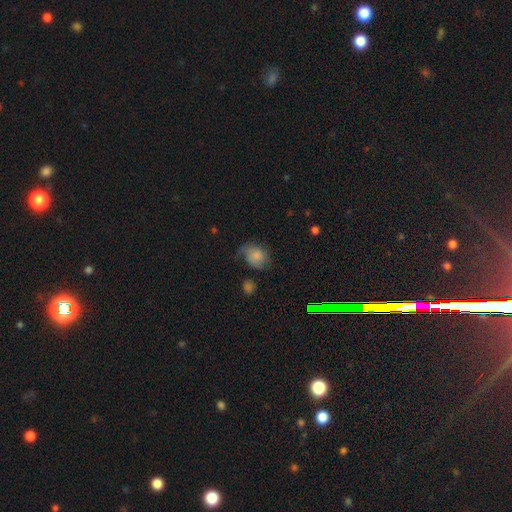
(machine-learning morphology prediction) A smooth galaxy with no disk features (68%) that is in between round and cigar-shaped (53%). Merging: none (42%).